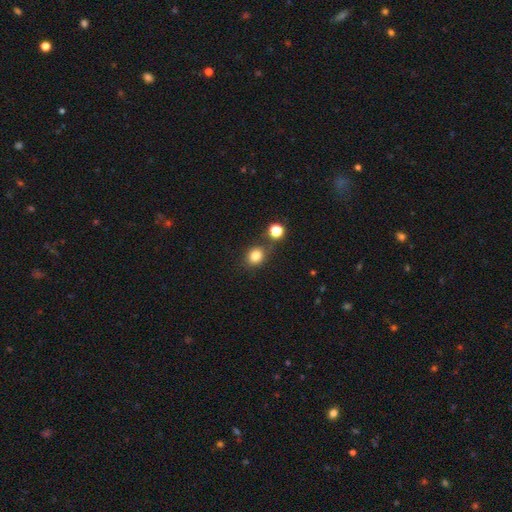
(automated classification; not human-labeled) Smooth or featured? Predicted: smooth (p=0.81). How rounded? Predicted: round (p=0.68). Merging? Predicted: none (p=0.72).